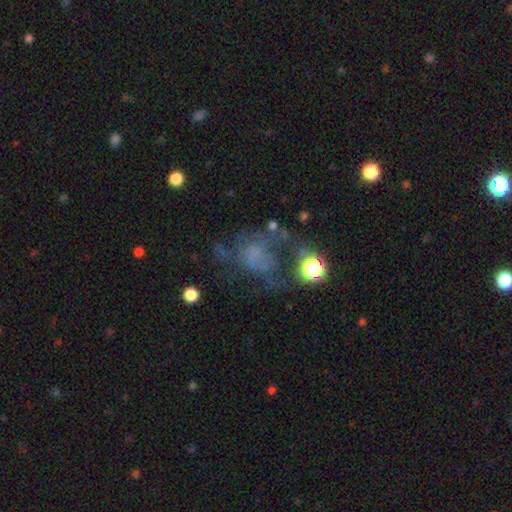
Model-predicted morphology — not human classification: This is marginally a featured or disk galaxy (43%). Merging: marginally major disturbance (41%).